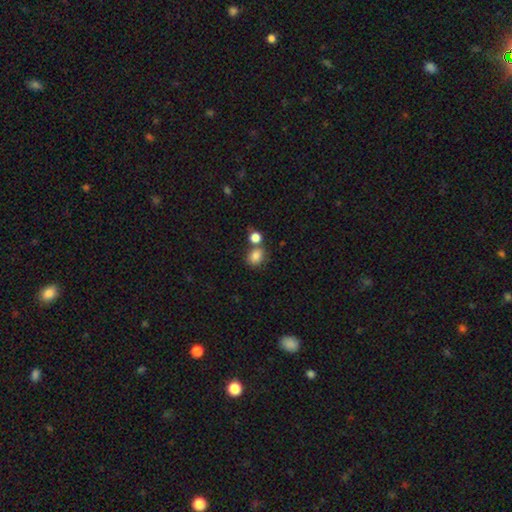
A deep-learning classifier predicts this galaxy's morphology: Smooth or featured: smooth — 83% (star or artifact — 10%)
How rounded: round — 59% (in between — 40%)
Merging: none — 57% (merger — 27%)